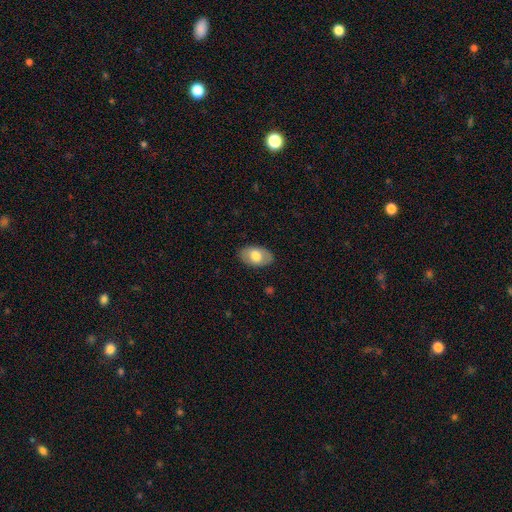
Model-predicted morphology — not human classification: This is likely a smooth galaxy (71%). How rounded: clearly in between (92%). Merging: clearly none (85%).